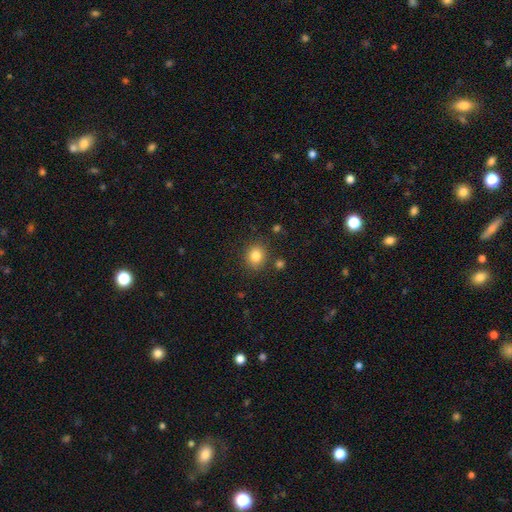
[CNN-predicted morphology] Smooth or featured? Predicted: smooth (p=0.83). How rounded? Predicted: round (p=0.72). Merging? Predicted: none (p=0.85).